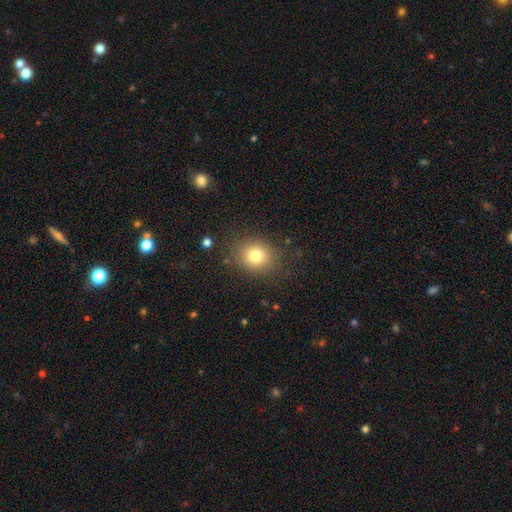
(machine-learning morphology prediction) Q: Smooth or featured?
A: smooth (78%); runner-up: star or artifact (12%)
Q: How rounded?
A: round (68%); runner-up: in between (31%)
Q: Merging?
A: none (83%); runner-up: minor disturbance (11%)